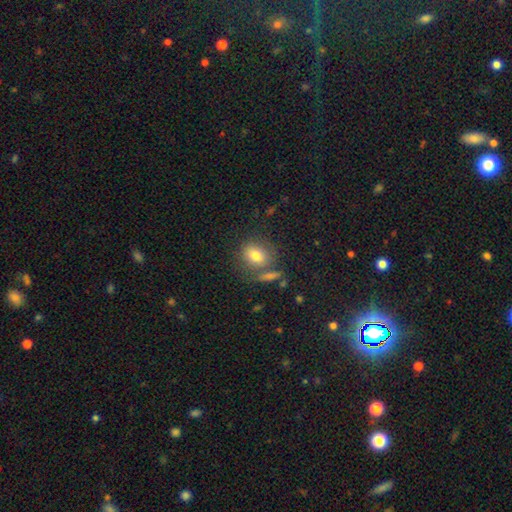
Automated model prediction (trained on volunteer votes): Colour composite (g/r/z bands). It shows a smooth galaxy with no disk features (77%) that is round (56%). Merging: none (66%).